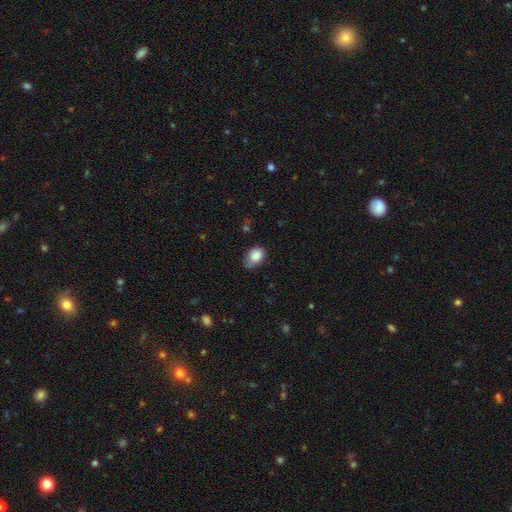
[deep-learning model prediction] A smooth galaxy with no disk features (85%) that is in between round and cigar-shaped (79%). Merging: none (50%).